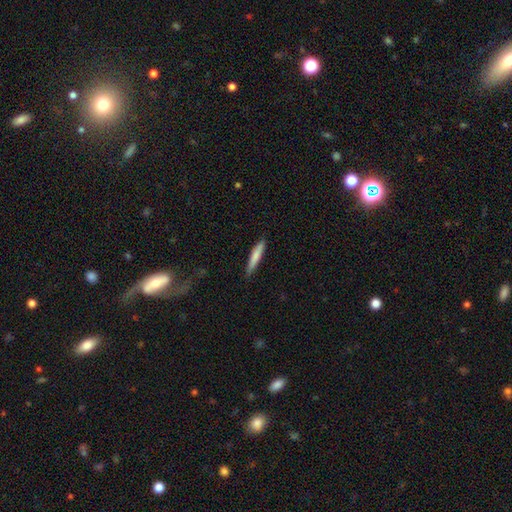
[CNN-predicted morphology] type=smooth (76%); roundness=cigar-shaped (91%); merging=none (86%).